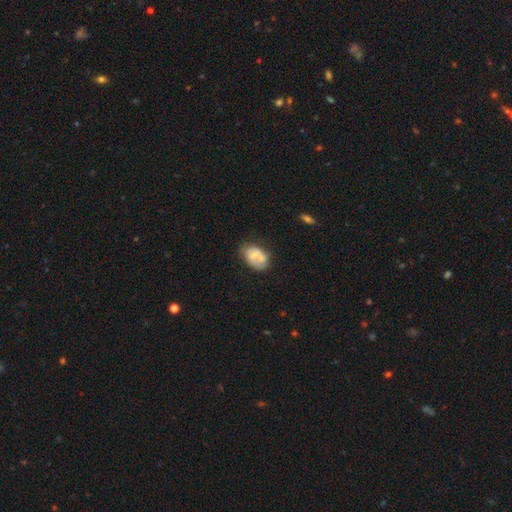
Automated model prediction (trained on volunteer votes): Smooth or featured: smooth — 60% (featured or disk — 32%)
How rounded: in between — 80% (round — 19%)
Merging: none — 42% (minor disturbance — 24%)